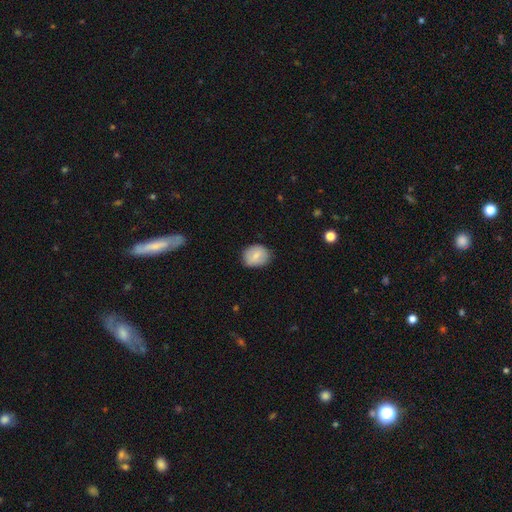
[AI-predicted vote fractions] Morphology: type=smooth (76%); roundness=in between (53%); merging=none (80%).